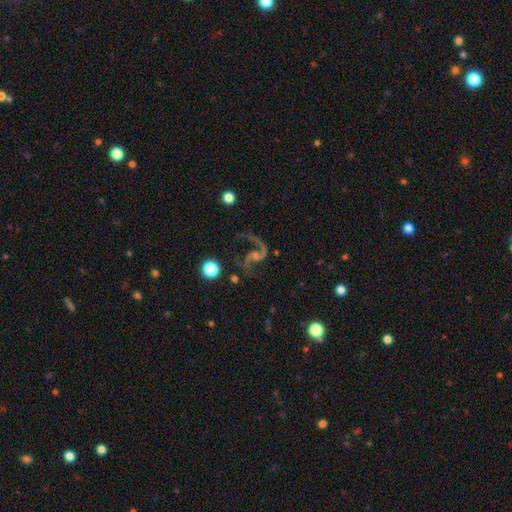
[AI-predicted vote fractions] This appears to be a featured or disk galaxy (88%) with no bar (48%), 2 (88%) loose (62%) spiral arms (97%) and a small central bulge (51%). Merging: none (65%).